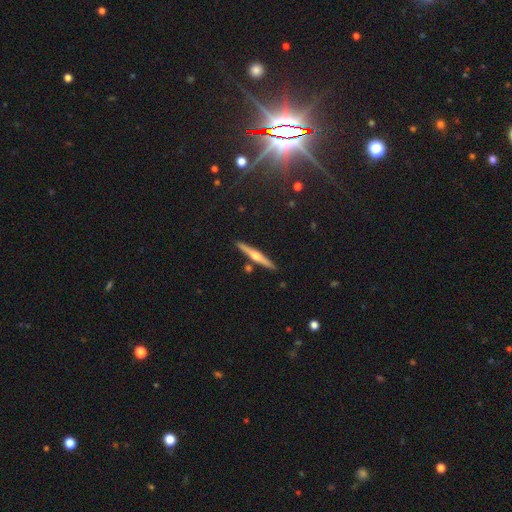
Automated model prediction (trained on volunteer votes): This appears to be a featured or disk galaxy (63%) viewed edge-on (98%) with a rounded central bulge (85%). Merging: none (86%).